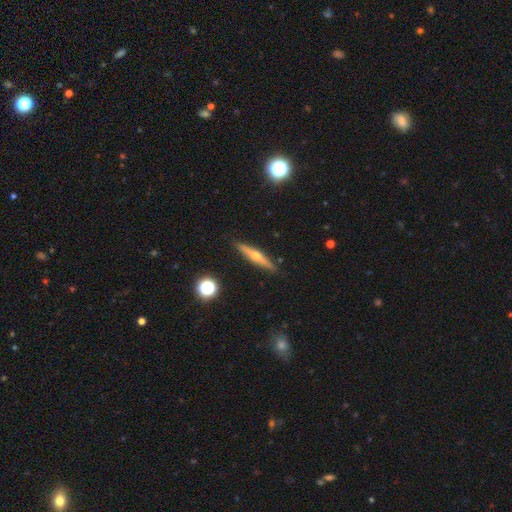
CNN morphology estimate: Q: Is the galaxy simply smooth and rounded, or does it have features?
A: featured or disk — 60%.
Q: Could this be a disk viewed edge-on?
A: yes — 96%.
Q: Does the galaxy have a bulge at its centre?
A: rounded — 87%.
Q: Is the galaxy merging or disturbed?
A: none — 90%.